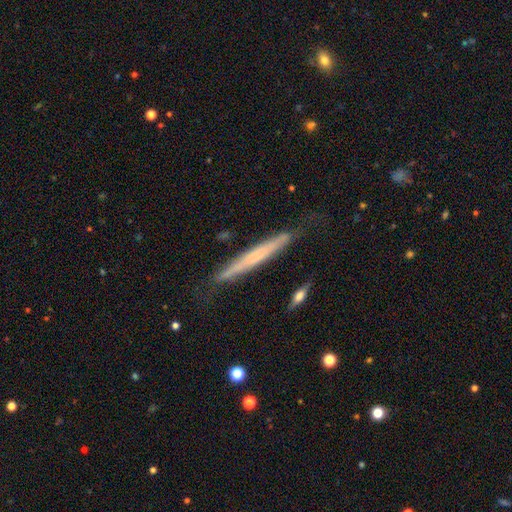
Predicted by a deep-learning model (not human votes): Overall: featured or disk (48%; smooth 45%). Merging: none (71%).